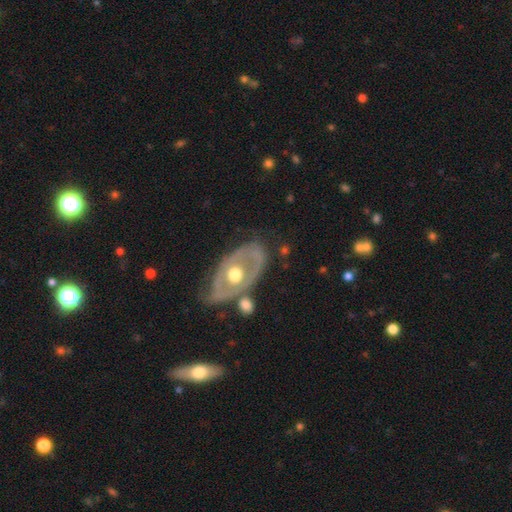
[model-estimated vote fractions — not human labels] smooth_or_featured: featured or disk (p=0.69) [alt: smooth p=0.26]
disk_edge_on: no (p=0.90) [alt: yes p=0.10]
bar: no (p=0.88) [alt: weak p=0.09]
has_spiral_arms: no (p=0.75) [alt: yes p=0.25]
bulge_size: moderate (p=0.76) [alt: large p=0.15]
merging: none (p=0.63) [alt: minor disturbance p=0.20]